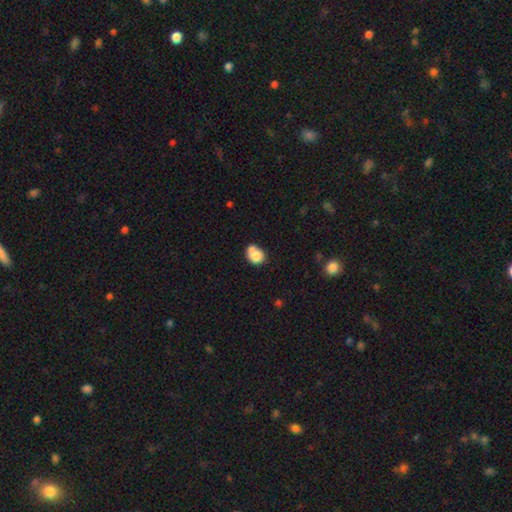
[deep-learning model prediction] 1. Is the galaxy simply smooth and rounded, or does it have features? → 79% smooth, 12% featured or disk, 9% star or artifact.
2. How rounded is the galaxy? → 55% round, 44% in between, 1% cigar-shaped.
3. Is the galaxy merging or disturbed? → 38% merger, 37% none, 18% minor disturbance, 7% major disturbance.